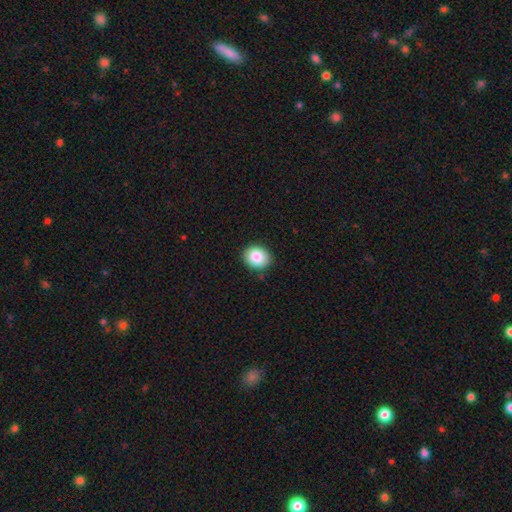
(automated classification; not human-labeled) A smooth galaxy with no disk features (85%) that is round (60%). Merging: none (88%).